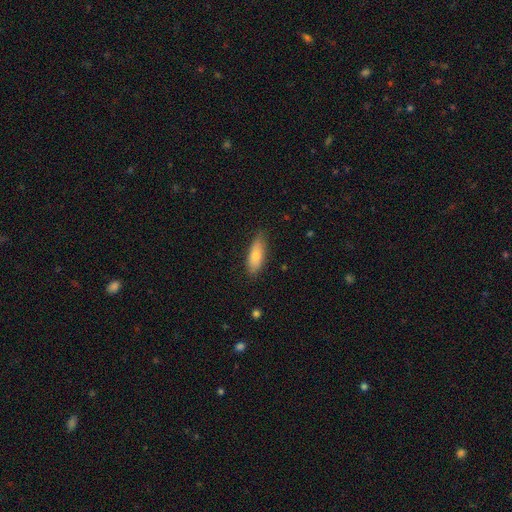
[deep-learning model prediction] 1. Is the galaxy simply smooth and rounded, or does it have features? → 76% smooth, 18% featured or disk, 7% star or artifact.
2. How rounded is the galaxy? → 63% in between, 34% cigar-shaped, 2% round.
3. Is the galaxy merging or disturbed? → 82% none, 14% minor disturbance, 2% major disturbance, 1% merger.